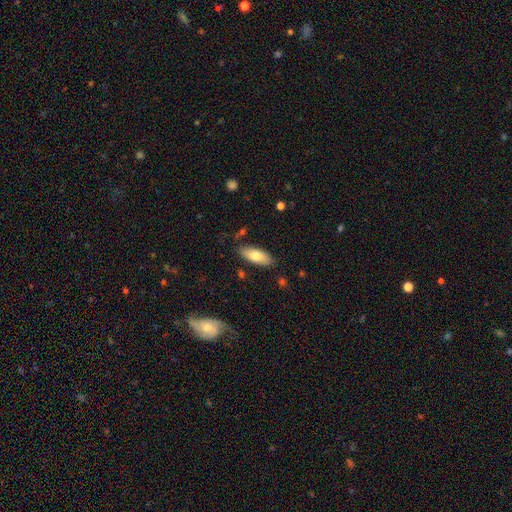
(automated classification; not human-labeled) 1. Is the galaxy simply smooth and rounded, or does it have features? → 76% smooth, 18% featured or disk, 6% star or artifact.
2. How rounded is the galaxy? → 80% in between, 18% cigar-shaped, 2% round.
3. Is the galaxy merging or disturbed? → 83% none, 12% minor disturbance, 2% major disturbance, 2% merger.